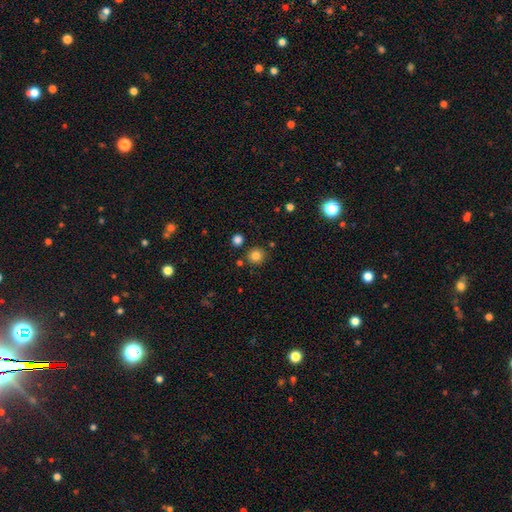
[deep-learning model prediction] This is clearly a smooth galaxy (83%). How rounded: clearly round (91%). Merging: clearly none (86%).